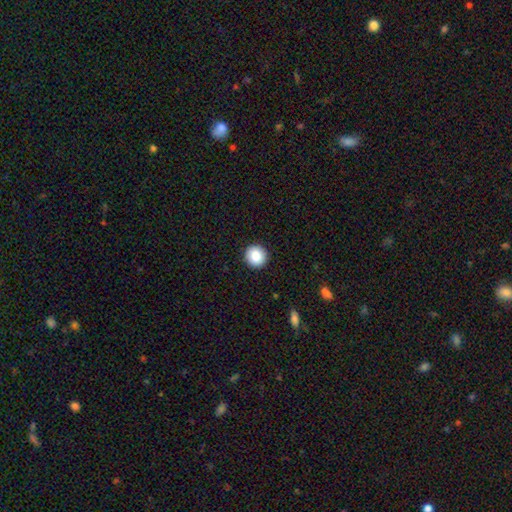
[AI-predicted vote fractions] smooth-or-featured: smooth: 87% | star or artifact: 8% | featured or disk: 5%
  how-rounded: round: 94% | in between: 5% | cigar-shaped: 1%
  merging: none: 93% | minor disturbance: 5% | major disturbance: 1% | merger: 1%